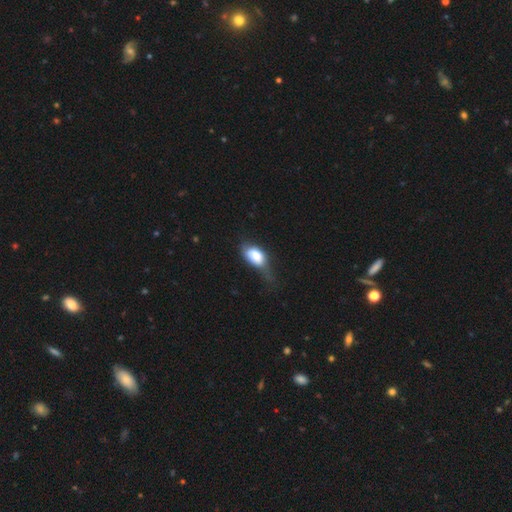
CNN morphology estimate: type=smooth (75%); roundness=in between (87%); merging=minor disturbance (41%).